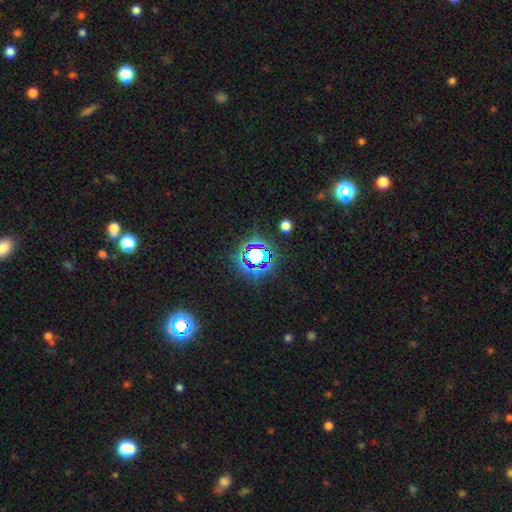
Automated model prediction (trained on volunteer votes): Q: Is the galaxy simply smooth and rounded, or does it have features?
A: star or artifact — 69%.